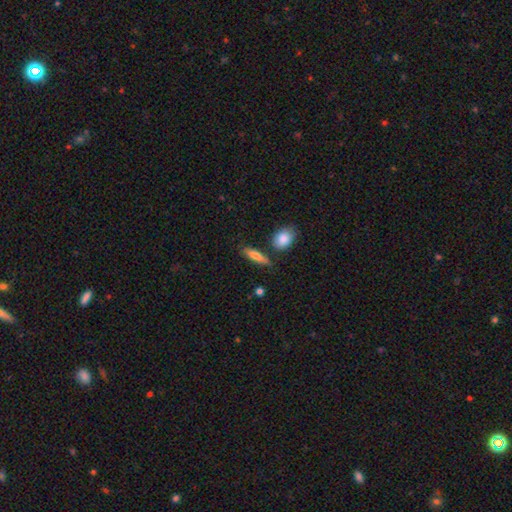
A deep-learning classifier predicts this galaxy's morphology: smooth_or_featured: smooth (p=0.73) [alt: featured or disk p=0.20]
how_rounded: cigar-shaped (p=0.61) [alt: in between p=0.35]
merging: none (p=0.75) [alt: minor disturbance p=0.14]